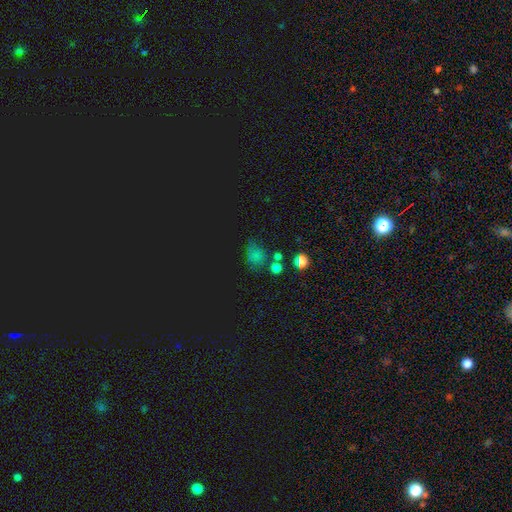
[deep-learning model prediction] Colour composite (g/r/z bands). It shows a smooth galaxy with no disk features (54%) that is round (54%). Merging: none (52%).